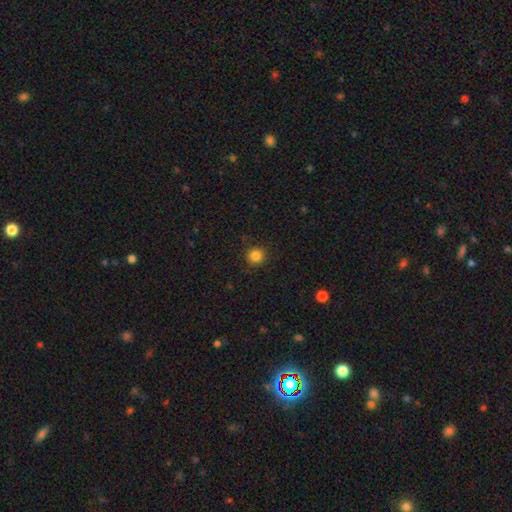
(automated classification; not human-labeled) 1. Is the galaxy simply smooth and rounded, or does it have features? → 84% smooth, 12% star or artifact, 4% featured or disk.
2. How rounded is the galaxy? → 93% round, 6% in between, 1% cigar-shaped.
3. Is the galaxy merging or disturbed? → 90% none, 7% minor disturbance, 2% major disturbance, 1% merger.